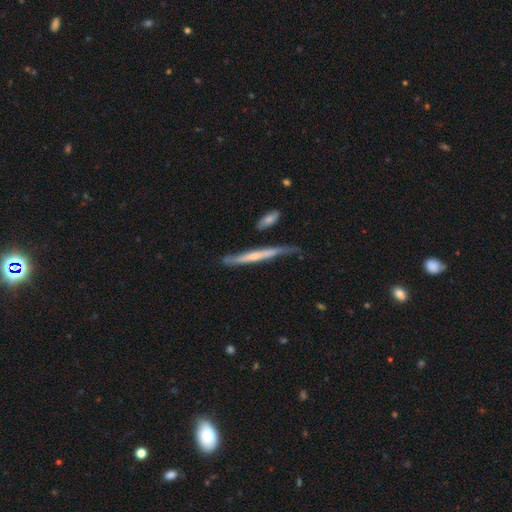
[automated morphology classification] The model was most divided on "edge-on bulge": none: 52%, rounded: 39%, boxy: 9%. More confident: edge-on disk — yes (89%); smooth or featured — featured or disk (61%); merging — none (59%).